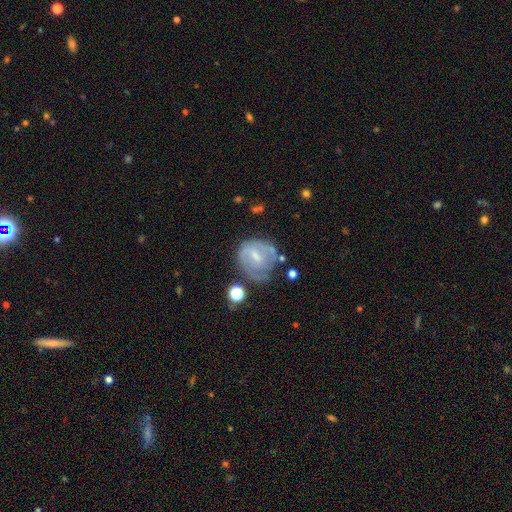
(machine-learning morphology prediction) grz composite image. It shows a featured or disk galaxy (62%) with a weak bar (54%), spiral arms (71%) and a small central bulge (42%). Merging: none (49%).